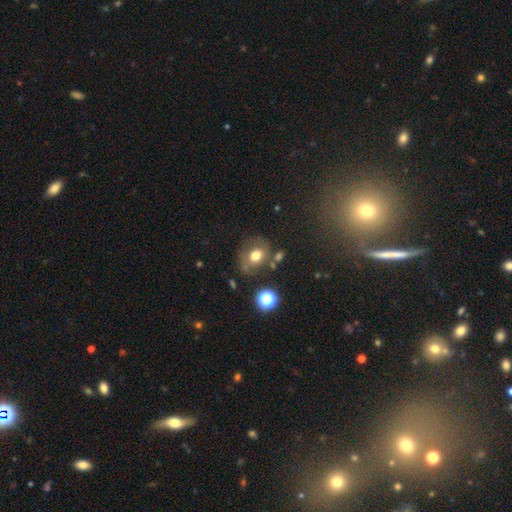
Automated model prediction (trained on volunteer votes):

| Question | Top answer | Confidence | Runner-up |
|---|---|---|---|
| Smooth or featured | smooth | 68% | featured or disk (18%) |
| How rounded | round | 63% | in between (36%) |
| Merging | none | 62% | minor disturbance (19%) |